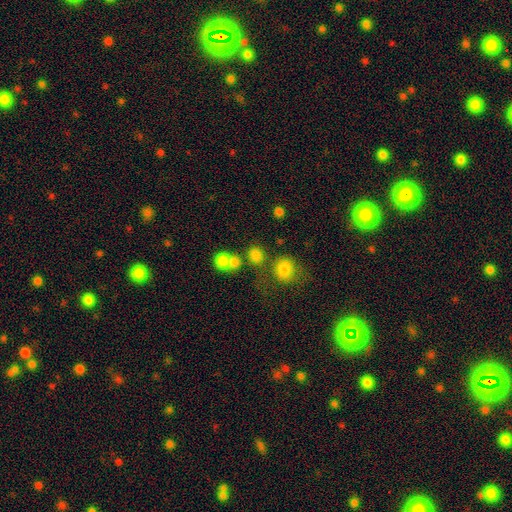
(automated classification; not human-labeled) Morphology: type=smooth (74%); roundness=round (82%); merging=none (55%).